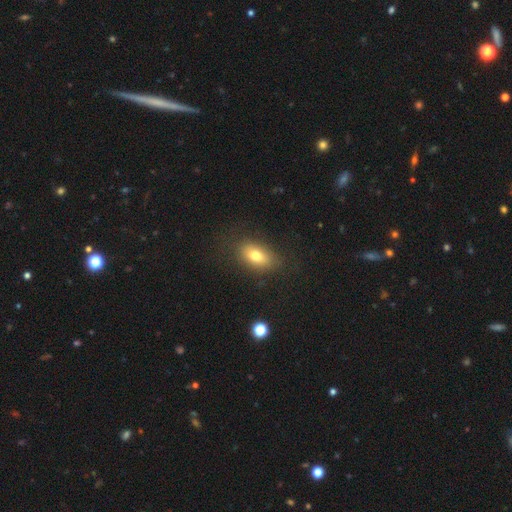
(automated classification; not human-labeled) smooth-or-featured: smooth: 76% | featured or disk: 15% | star or artifact: 9%
  how-rounded: in between: 87% | round: 9% | cigar-shaped: 4%
  merging: none: 80% | minor disturbance: 13% | major disturbance: 5% | merger: 1%